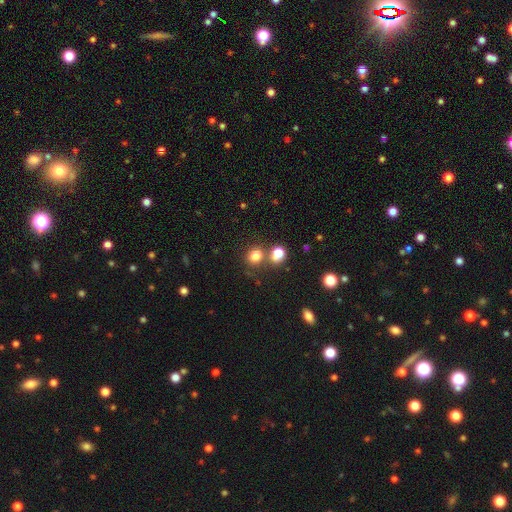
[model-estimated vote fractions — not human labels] Smooth or featured?
  - smooth: 78% *
  - star or artifact: 14%
  - featured or disk: 8%
How rounded?
  - round: 72% *
  - in between: 27%
  - cigar-shaped: 1%
Merging?
  - none: 60% *
  - merger: 26%
  - minor disturbance: 10%
  - major disturbance: 4%